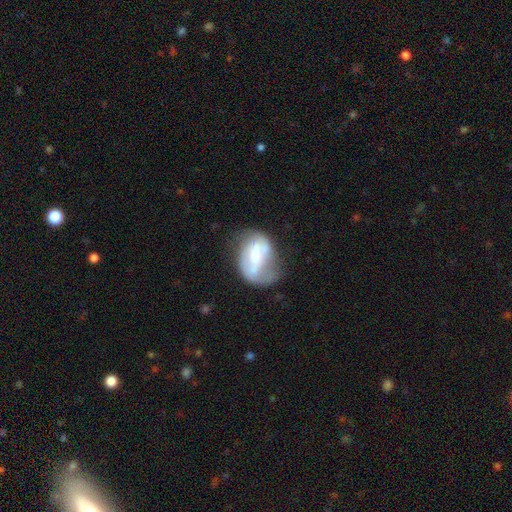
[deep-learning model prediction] Smooth or featured? featured or disk (62%)
Edge-on disk? no (95%)
Bar? weak (40%)
Spiral arms? yes (55%)
Bulge size? moderate (53%)
Merging? none (35%)